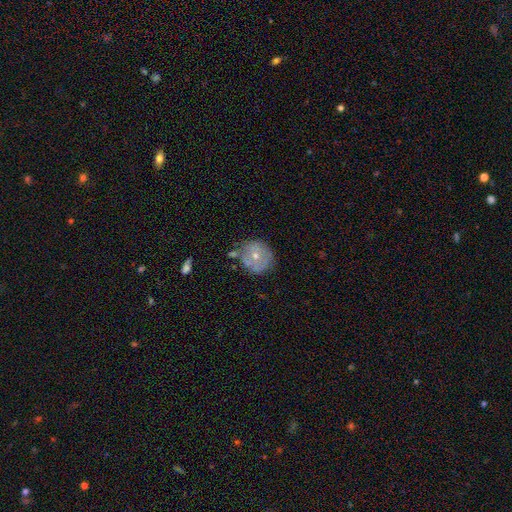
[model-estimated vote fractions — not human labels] Smooth or featured? featured or disk (48%)
Merging? none (68%)